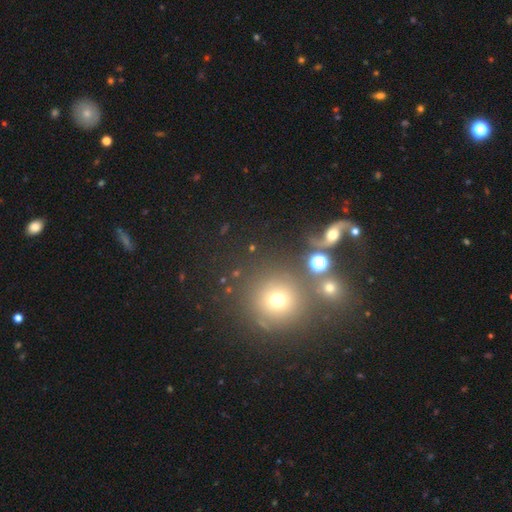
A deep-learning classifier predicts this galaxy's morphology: Smooth or featured?
  - smooth: 48% *
  - star or artifact: 41%
  - featured or disk: 12%
Merging?
  - none: 68% *
  - merger: 17%
  - minor disturbance: 9%
  - major disturbance: 5%